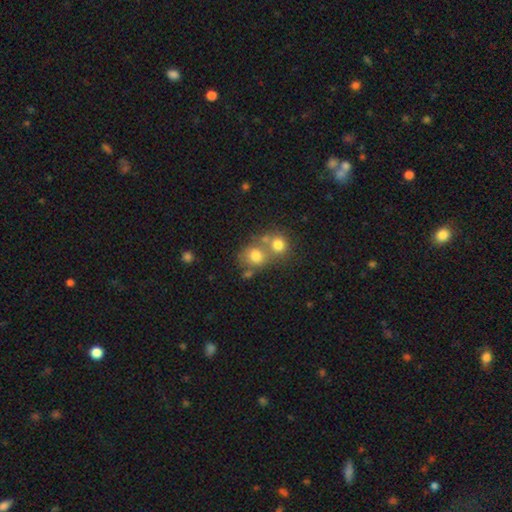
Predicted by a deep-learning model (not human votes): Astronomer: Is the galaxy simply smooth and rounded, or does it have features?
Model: smooth — 73%.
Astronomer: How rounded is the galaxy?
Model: round — 70%.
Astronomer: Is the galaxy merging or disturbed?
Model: merger — 46% (runner-up: none, 40%).